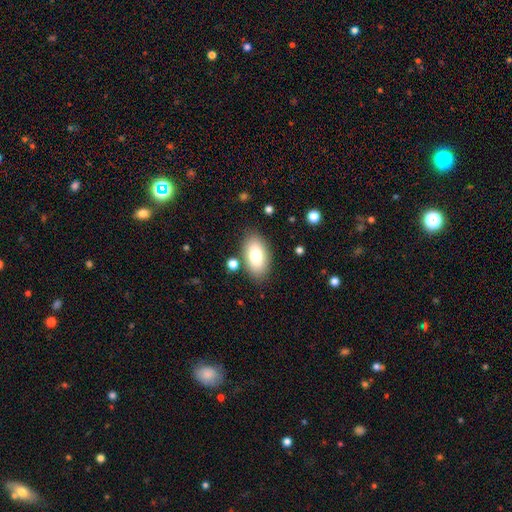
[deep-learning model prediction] This is likely a smooth galaxy (78%). How rounded: clearly in between (93%). Merging: clearly none (83%).